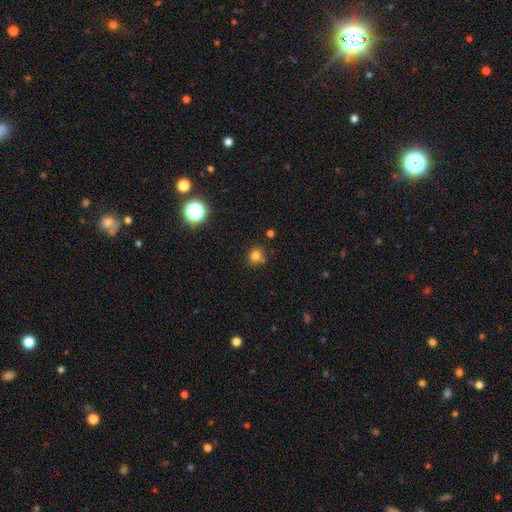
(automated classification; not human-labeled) Smooth or featured?
  - smooth: 76% *
  - star or artifact: 17%
  - featured or disk: 7%
How rounded?
  - round: 79% *
  - in between: 20%
  - cigar-shaped: 1%
Merging?
  - none: 74% *
  - merger: 11%
  - minor disturbance: 11%
  - major disturbance: 3%